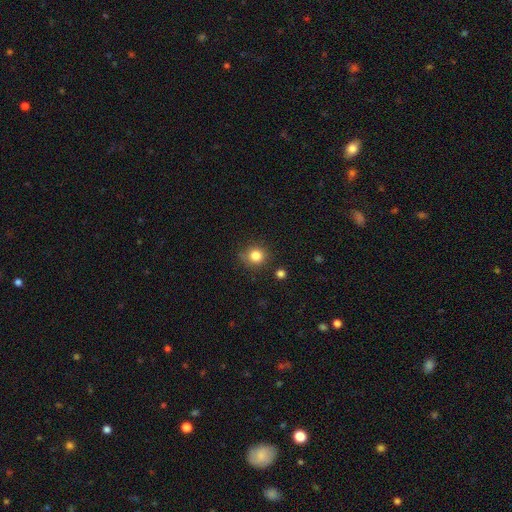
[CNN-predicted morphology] Smooth or featured?
  - smooth: 83% *
  - star or artifact: 12%
  - featured or disk: 6%
How rounded?
  - round: 88% *
  - in between: 11%
  - cigar-shaped: 1%
Merging?
  - none: 80% *
  - minor disturbance: 13%
  - major disturbance: 3%
  - merger: 3%